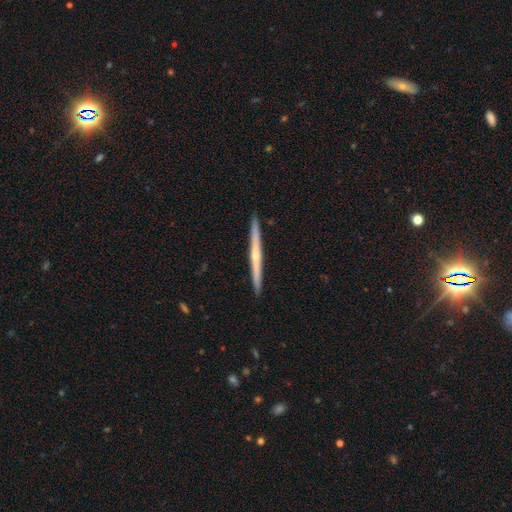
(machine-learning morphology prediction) smooth_or_featured: featured or disk (p=0.63) [alt: smooth p=0.32]
disk_edge_on: yes (p=0.98) [alt: no p=0.02]
edge_on_bulge: rounded (p=0.51) [alt: none p=0.46]
merging: none (p=0.93) [alt: minor disturbance p=0.05]